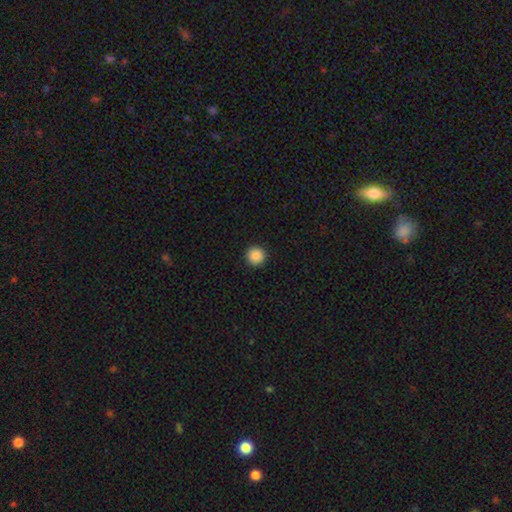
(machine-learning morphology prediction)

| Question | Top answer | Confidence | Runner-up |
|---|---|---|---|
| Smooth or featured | smooth | 88% | star or artifact (9%) |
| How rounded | round | 96% | in between (3%) |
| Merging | none | 93% | minor disturbance (4%) |